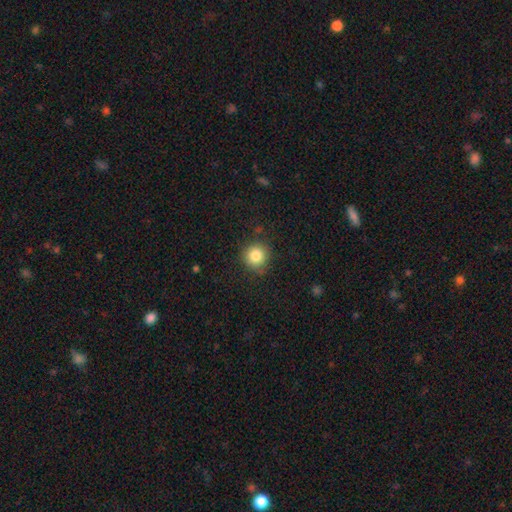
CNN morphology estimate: smooth_or_featured: smooth (p=0.84) [alt: star or artifact p=0.10]
how_rounded: round (p=0.92) [alt: in between p=0.07]
merging: none (p=0.84) [alt: minor disturbance p=0.11]